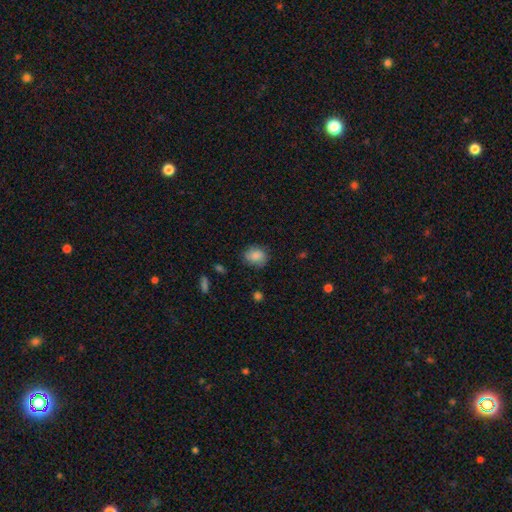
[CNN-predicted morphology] smooth-or-featured: smooth: 82% | featured or disk: 9% | star or artifact: 8%
  how-rounded: round: 64% | in between: 35% | cigar-shaped: 1%
  merging: none: 72% | minor disturbance: 20% | major disturbance: 6% | merger: 2%